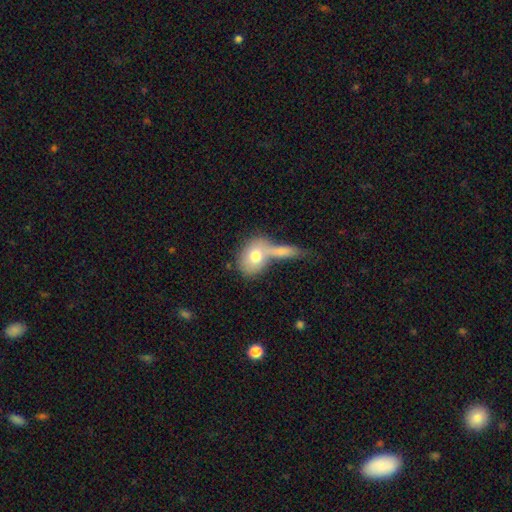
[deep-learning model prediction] smooth_or_featured: smooth (p=0.73) [alt: featured or disk p=0.20]
how_rounded: in between (p=0.56) [alt: round p=0.40]
merging: merger (p=0.49) [alt: none p=0.32]